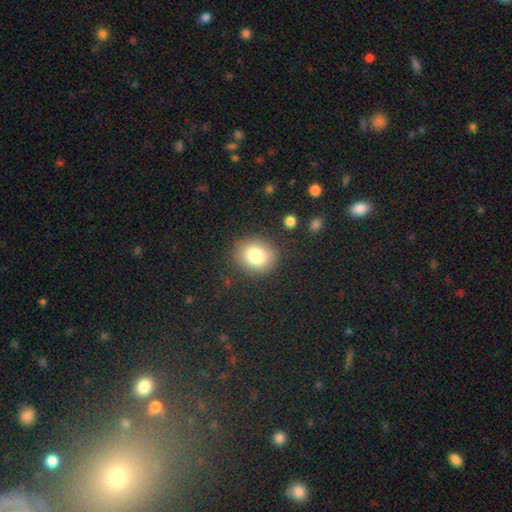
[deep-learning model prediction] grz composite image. It shows a smooth galaxy with no disk features (79%) that is round (66%). Merging: none (84%).